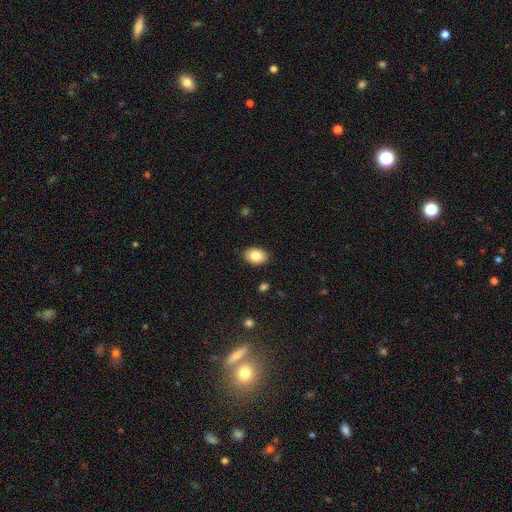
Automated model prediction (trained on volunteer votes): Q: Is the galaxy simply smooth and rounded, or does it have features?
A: smooth — 84%.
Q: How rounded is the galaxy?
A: in between — 82%.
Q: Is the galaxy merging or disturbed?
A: none — 88%.